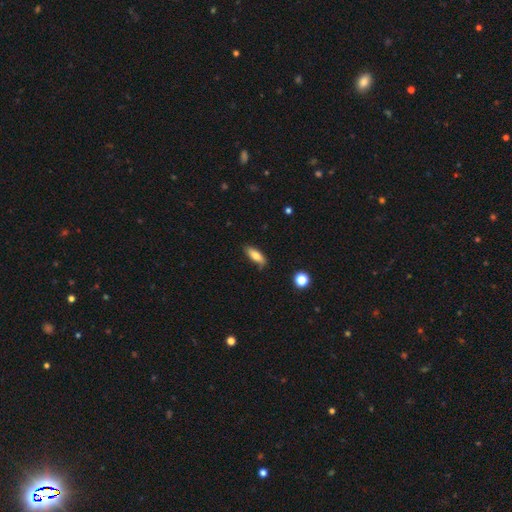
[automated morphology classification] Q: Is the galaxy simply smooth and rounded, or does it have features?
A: smooth — 75%.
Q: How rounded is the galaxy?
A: in between — 66%.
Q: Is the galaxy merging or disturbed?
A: none — 76%.